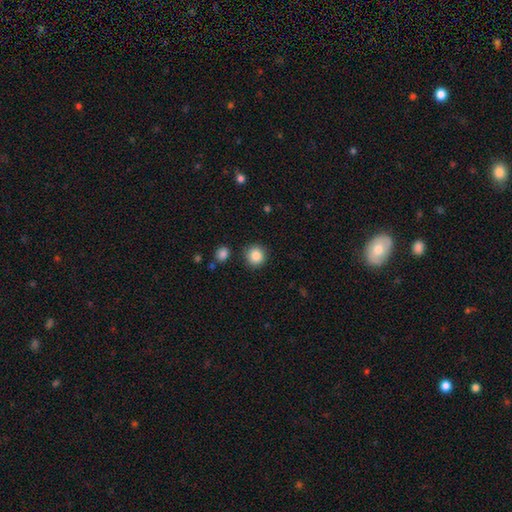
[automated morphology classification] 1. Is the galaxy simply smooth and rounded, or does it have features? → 87% smooth, 9% star or artifact, 4% featured or disk.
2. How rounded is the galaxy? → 91% round, 8% in between, 1% cigar-shaped.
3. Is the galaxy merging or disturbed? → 87% none, 8% minor disturbance, 3% merger, 3% major disturbance.